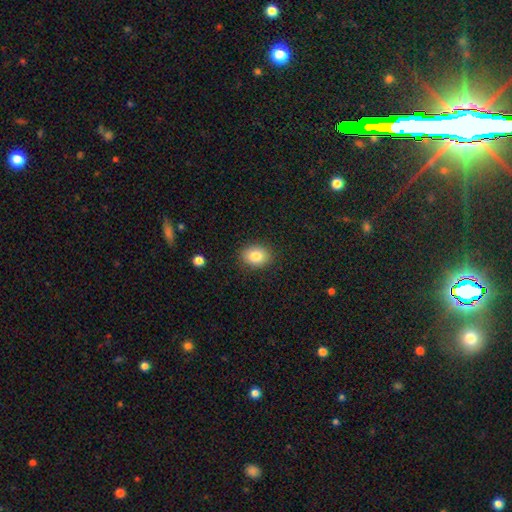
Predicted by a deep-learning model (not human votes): Overall: smooth (84%). How rounded: in between (56%; round 43%). Merging: none (88%).